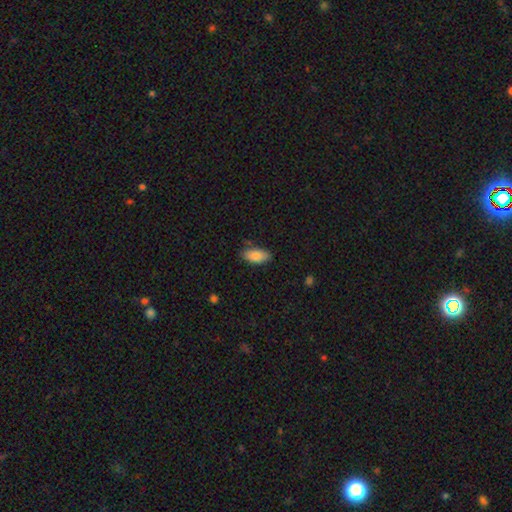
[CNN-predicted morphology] A smooth galaxy with no disk features (86%) that is in between round and cigar-shaped (92%). Merging: none (79%).